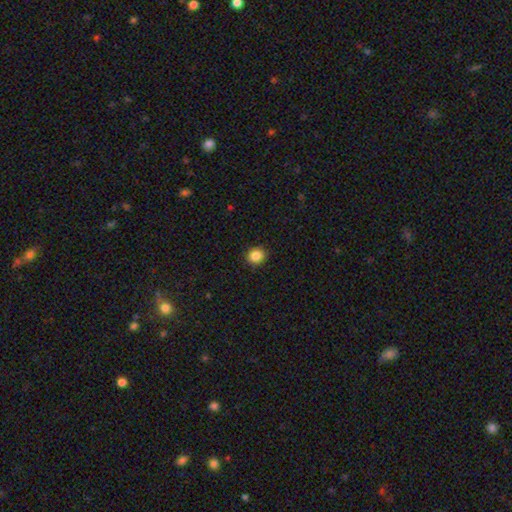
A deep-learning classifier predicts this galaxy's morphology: Q: Smooth or featured?
A: smooth (86%); runner-up: star or artifact (10%)
Q: How rounded?
A: round (82%); runner-up: in between (17%)
Q: Merging?
A: none (91%); runner-up: minor disturbance (6%)